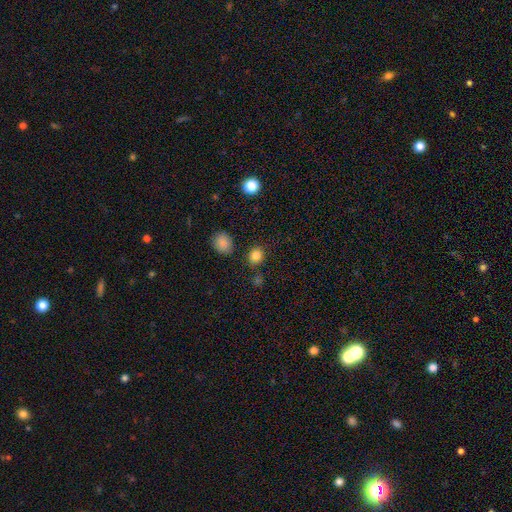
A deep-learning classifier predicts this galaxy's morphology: smooth_or_featured: smooth (p=0.83) [alt: star or artifact p=0.13]
how_rounded: round (p=0.69) [alt: in between p=0.30]
merging: none (p=0.81) [alt: minor disturbance p=0.11]